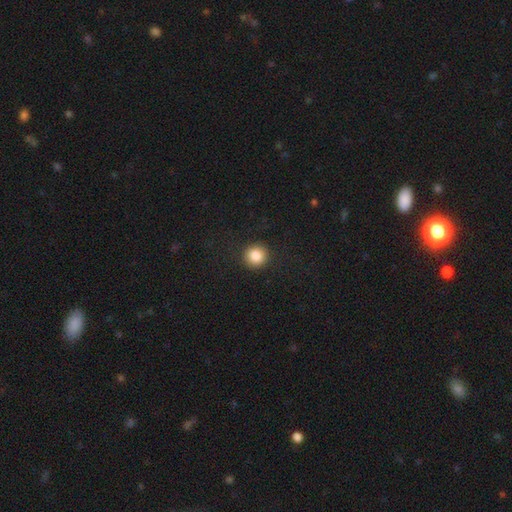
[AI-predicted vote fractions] Smooth or featured? Predicted: smooth (p=0.86). How rounded? Predicted: round (p=0.93). Merging? Predicted: none (p=0.92).